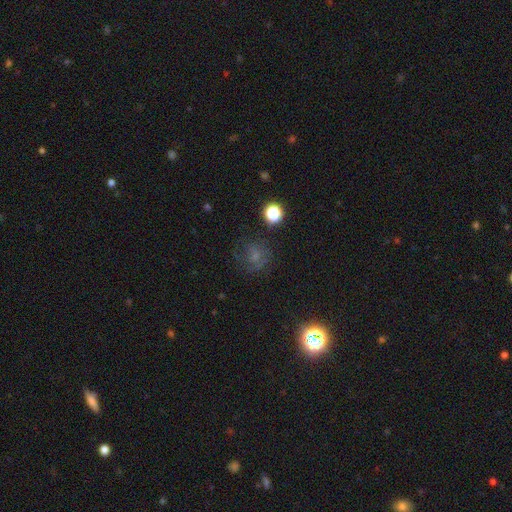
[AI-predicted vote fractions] This is possibly a smooth galaxy (47%). Merging: possibly none (59%).